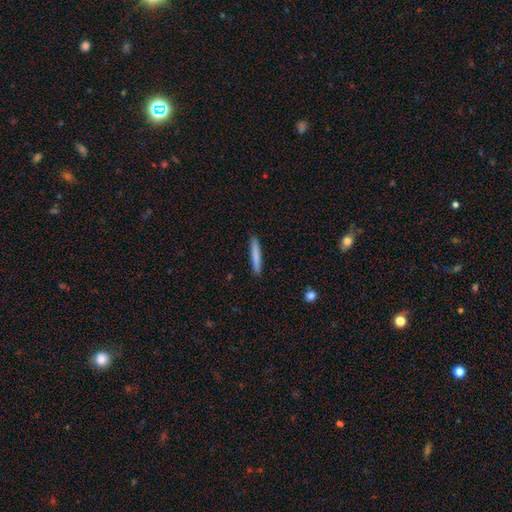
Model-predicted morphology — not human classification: smooth_or_featured: smooth (p=0.80) [alt: featured or disk p=0.14]
how_rounded: cigar-shaped (p=0.95) [alt: in between p=0.04]
merging: none (p=0.91) [alt: minor disturbance p=0.06]